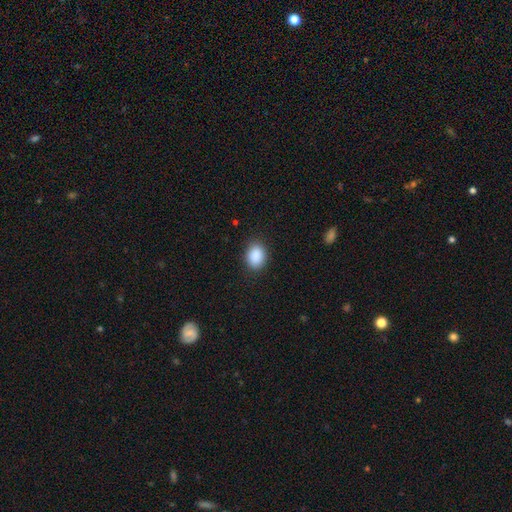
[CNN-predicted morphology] The model was most divided on "how rounded": in between: 70%, round: 29%, cigar-shaped: 1%. More confident: smooth or featured — smooth (90%); merging — none (87%).